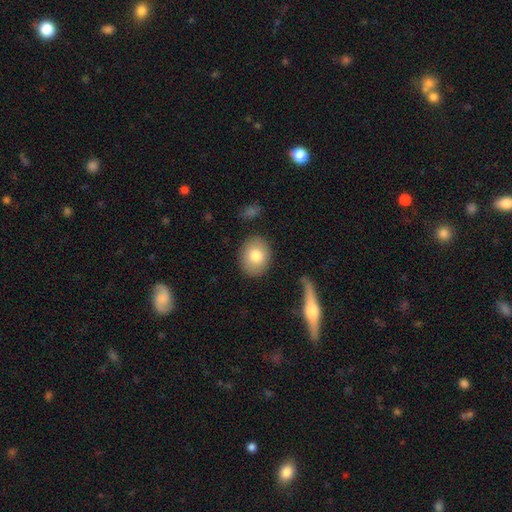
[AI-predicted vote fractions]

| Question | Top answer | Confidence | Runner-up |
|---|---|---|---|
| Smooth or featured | smooth | 79% | featured or disk (14%) |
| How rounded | round | 57% | in between (42%) |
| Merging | none | 85% | minor disturbance (10%) |